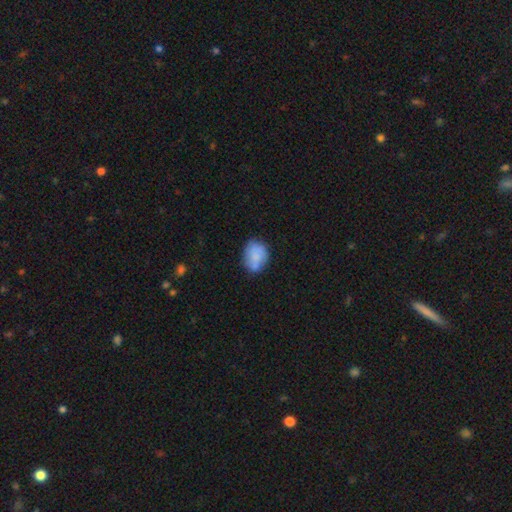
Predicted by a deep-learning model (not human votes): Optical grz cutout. It shows a smooth galaxy with no disk features (70%) that is in between round and cigar-shaped (58%). Merging: none (57%).